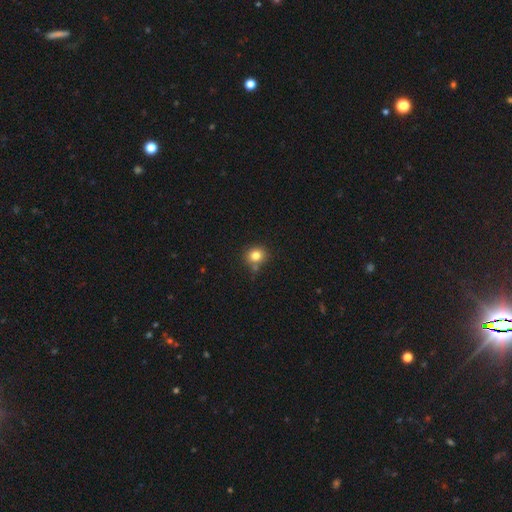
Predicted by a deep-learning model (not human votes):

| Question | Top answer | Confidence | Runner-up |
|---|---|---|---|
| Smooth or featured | smooth | 81% | star or artifact (12%) |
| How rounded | round | 81% | in between (19%) |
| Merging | none | 71% | minor disturbance (15%) |